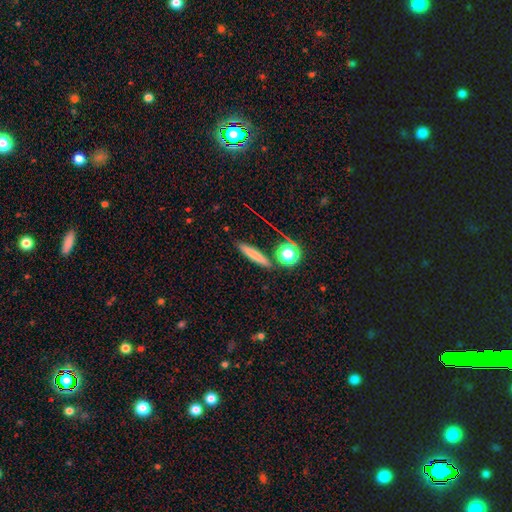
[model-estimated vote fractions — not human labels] Smooth or featured: smooth — 74% (featured or disk — 16%)
How rounded: cigar-shaped — 81% (in between — 10%)
Merging: none — 86% (minor disturbance — 7%)